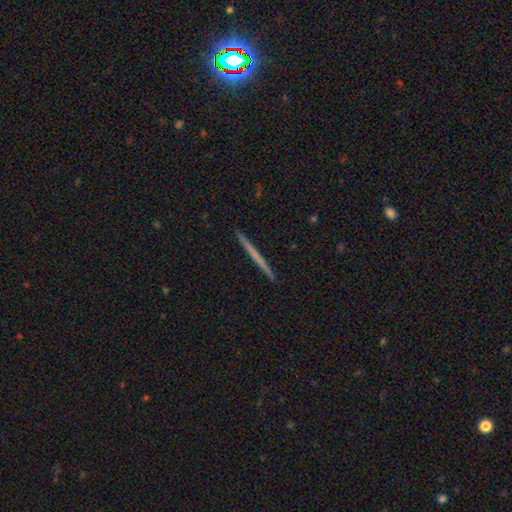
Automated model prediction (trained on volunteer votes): Morphology: type=featured or disk (52%); edge-on=yes (98%); edge-on bulge=none (92%); merging=none (93%).